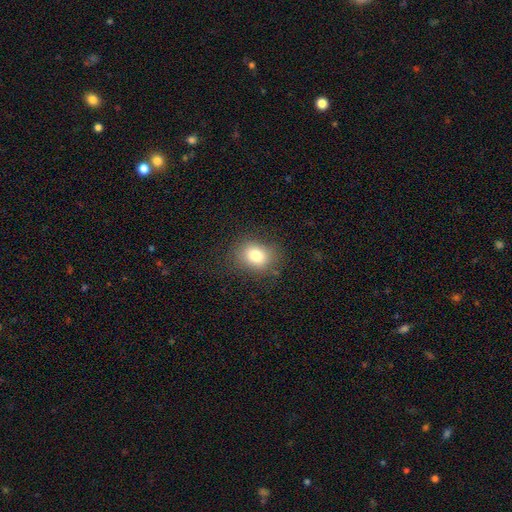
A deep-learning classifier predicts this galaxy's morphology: This appears to be a smooth galaxy with no disk features (78%) that is round (50%). Merging: none (80%).